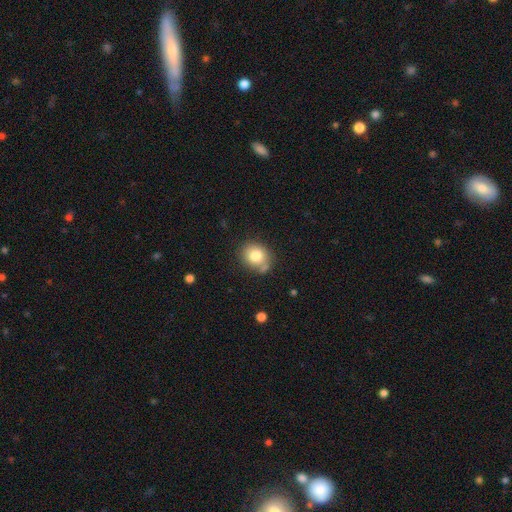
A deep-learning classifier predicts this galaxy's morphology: smooth_or_featured: smooth (p=0.79) [alt: featured or disk p=0.11]
how_rounded: round (p=0.64) [alt: in between p=0.35]
merging: none (p=0.66) [alt: minor disturbance p=0.19]